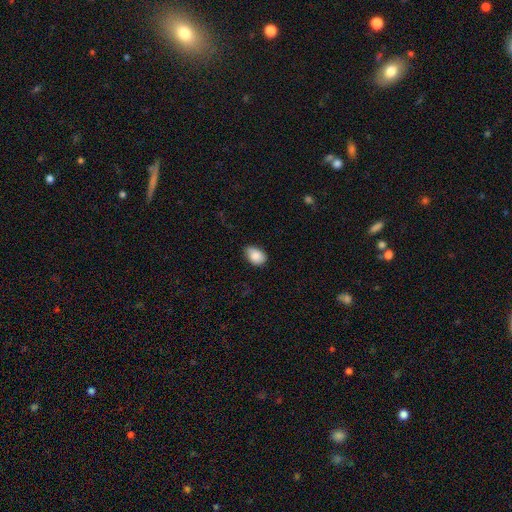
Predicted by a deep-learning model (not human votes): A smooth galaxy with no disk features (87%) that is in between round and cigar-shaped (83%).

Vote fractions:
- Smooth or featured? smooth: 87% / star or artifact: 7% / featured or disk: 5%
- How rounded? in between: 83% / round: 16% / cigar-shaped: 1%
- Merging? none: 67% / minor disturbance: 28% / major disturbance: 4% / merger: 1%